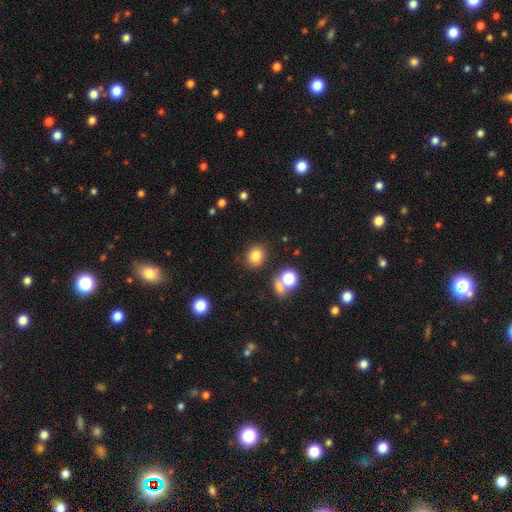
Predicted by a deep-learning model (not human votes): This appears to be a smooth galaxy with no disk features (79%) that is round (72%). Merging: none (81%).